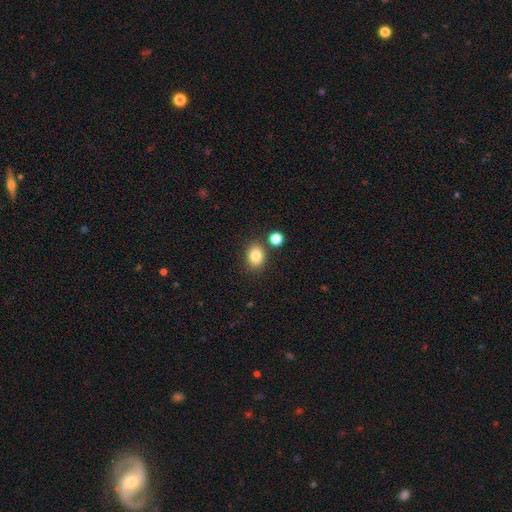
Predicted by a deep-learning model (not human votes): Q: Smooth or featured?
A: smooth (83%); runner-up: star or artifact (10%)
Q: How rounded?
A: in between (54%); runner-up: round (45%)
Q: Merging?
A: none (78%); runner-up: minor disturbance (10%)